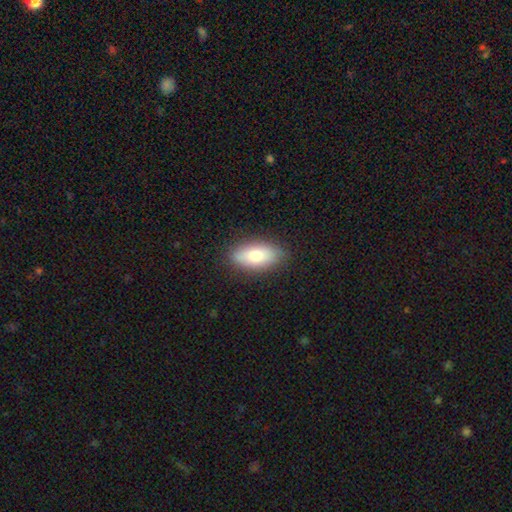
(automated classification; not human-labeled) smooth_or_featured: smooth (p=0.75) [alt: featured or disk p=0.18]
how_rounded: in between (p=0.87) [alt: cigar-shaped p=0.09]
merging: none (p=0.87) [alt: minor disturbance p=0.10]